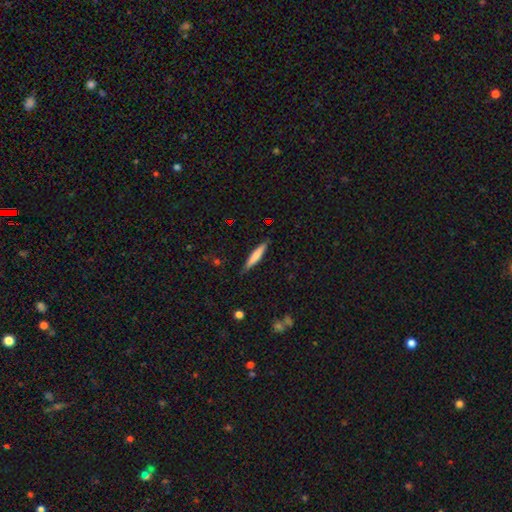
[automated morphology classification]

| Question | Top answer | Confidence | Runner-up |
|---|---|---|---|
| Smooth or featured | smooth | 65% | featured or disk (28%) |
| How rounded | cigar-shaped | 92% | in between (7%) |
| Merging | none | 87% | minor disturbance (10%) |